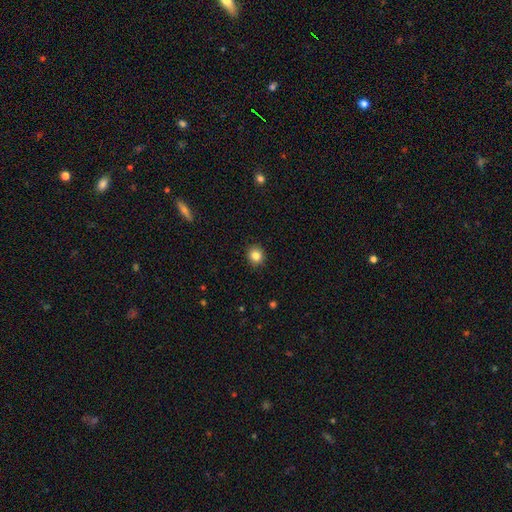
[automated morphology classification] smooth 84%, star or artifact 10%, featured or disk 5%. Down the decision tree: how rounded — round (81%); merging — none (90%).